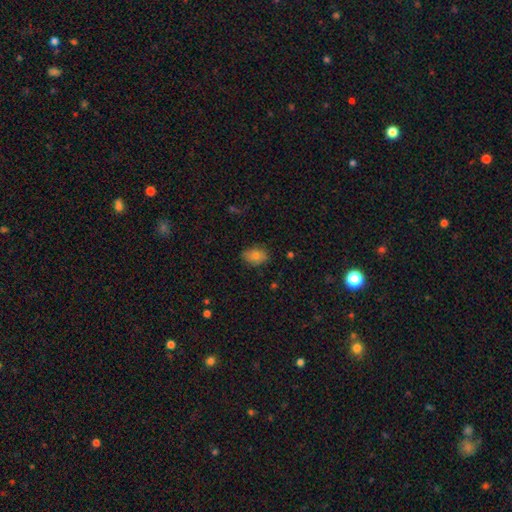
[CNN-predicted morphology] This is likely a smooth galaxy (74%). How rounded: likely in between (79%). Merging: likely none (79%).